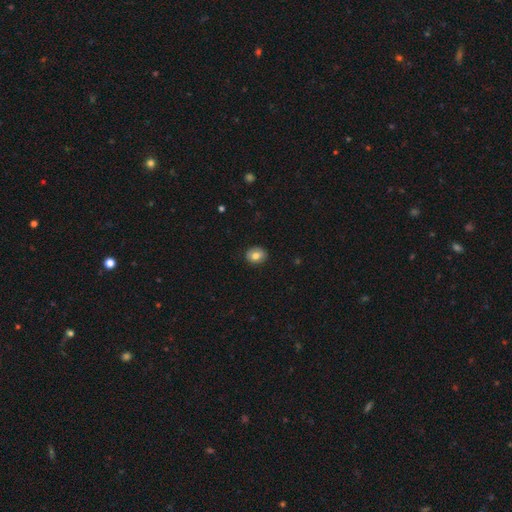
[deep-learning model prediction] This appears to be a smooth galaxy with no disk features (78%) that is round (64%). Merging: none (89%).